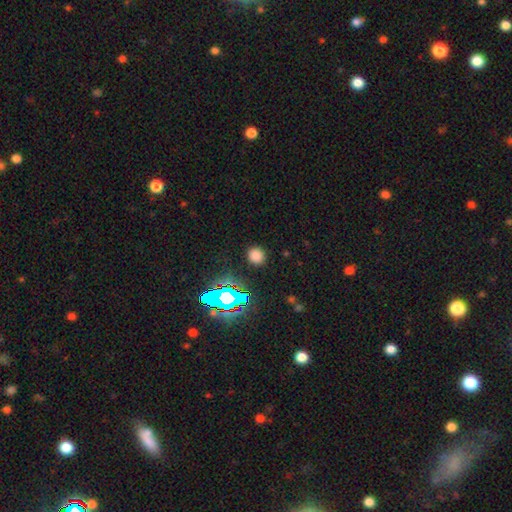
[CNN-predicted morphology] smooth-or-featured: smooth: 74% | star or artifact: 21% | featured or disk: 5%
  how-rounded: round: 86% | in between: 13% | cigar-shaped: 1%
  merging: none: 89% | minor disturbance: 7% | major disturbance: 3% | merger: 1%